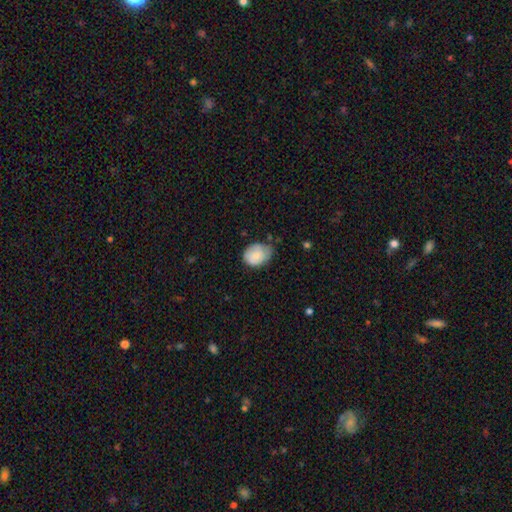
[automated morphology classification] Smooth or featured? Predicted: smooth (p=0.78). How rounded? Predicted: in between (p=0.60). Merging? Predicted: none (p=0.47).